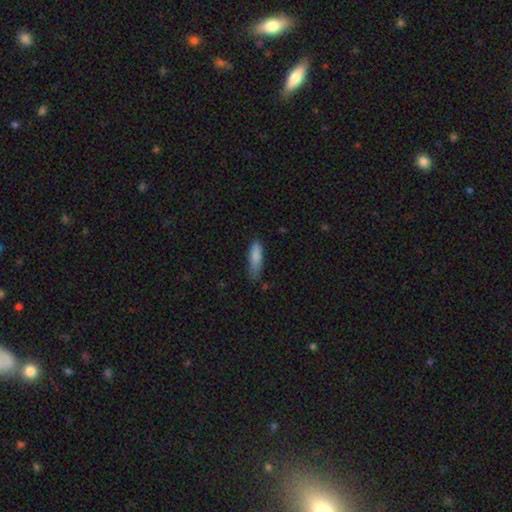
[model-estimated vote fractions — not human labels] This is clearly a smooth galaxy (84%). How rounded: possibly cigar-shaped (54%). Merging: possibly none (59%).